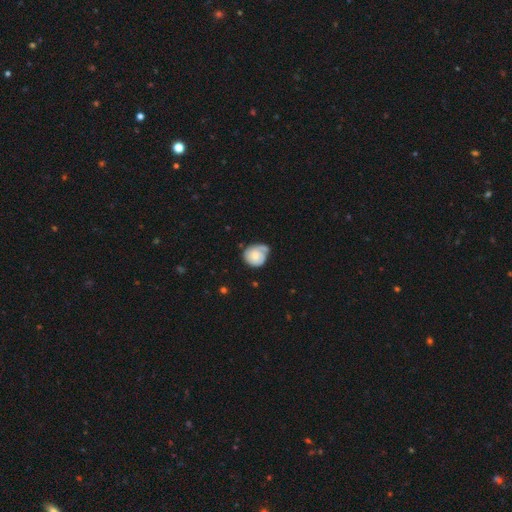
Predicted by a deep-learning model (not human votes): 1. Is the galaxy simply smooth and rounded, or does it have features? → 48% featured or disk, 45% smooth, 7% star or artifact.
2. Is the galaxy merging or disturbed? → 52% none, 32% minor disturbance, 12% major disturbance, 4% merger.